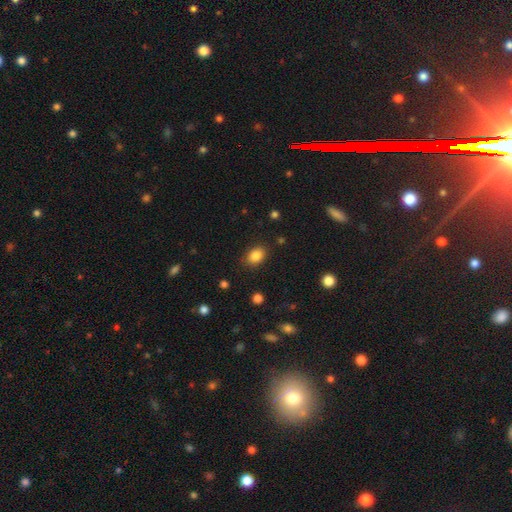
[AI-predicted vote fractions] A smooth galaxy with no disk features (86%) that is in between round and cigar-shaped (73%). Merging: none (85%).